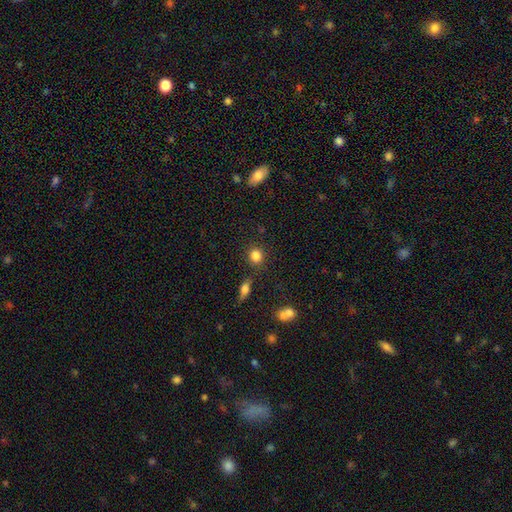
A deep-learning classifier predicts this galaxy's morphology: This is clearly a smooth galaxy (84%). How rounded: likely round (77%). Merging: clearly none (81%).